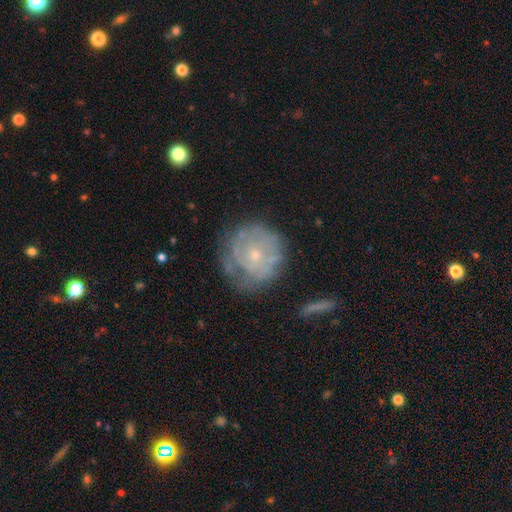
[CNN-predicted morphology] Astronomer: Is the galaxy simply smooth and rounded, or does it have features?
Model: featured or disk — 69%.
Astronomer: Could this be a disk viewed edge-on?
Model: no — 97%.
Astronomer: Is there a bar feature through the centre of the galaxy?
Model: no — 83%.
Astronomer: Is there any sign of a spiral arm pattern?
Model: yes — 72%.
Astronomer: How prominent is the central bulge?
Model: small — 73%.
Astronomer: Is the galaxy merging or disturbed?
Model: none — 67%.